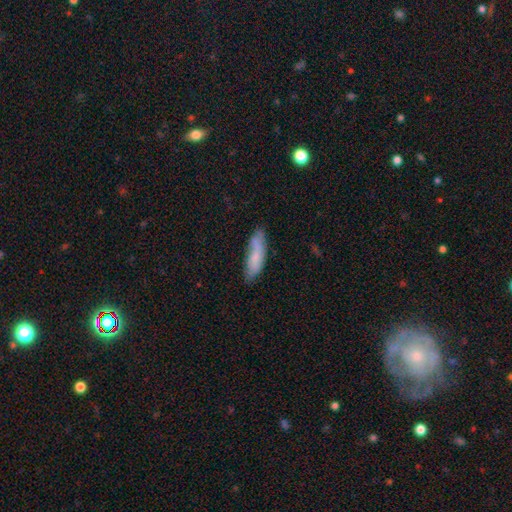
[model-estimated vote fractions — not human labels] Smooth or featured: smooth — 69% (featured or disk — 24%)
How rounded: cigar-shaped — 53% (in between — 46%)
Merging: none — 63% (minor disturbance — 26%)